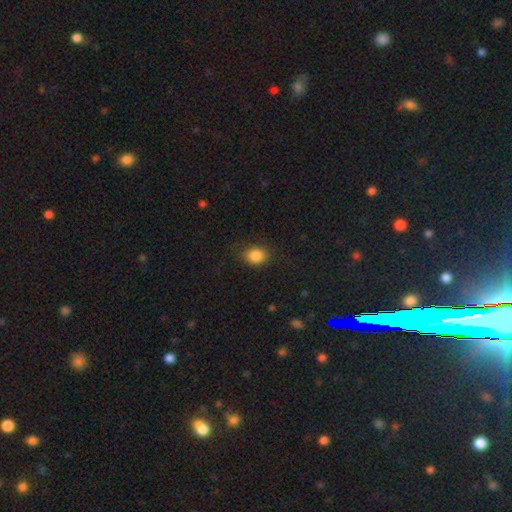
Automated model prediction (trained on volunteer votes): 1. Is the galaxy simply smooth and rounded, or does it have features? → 85% smooth, 10% star or artifact, 5% featured or disk.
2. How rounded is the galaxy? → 54% round, 45% in between, 1% cigar-shaped.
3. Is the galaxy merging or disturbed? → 82% none, 13% minor disturbance, 4% major disturbance, 1% merger.